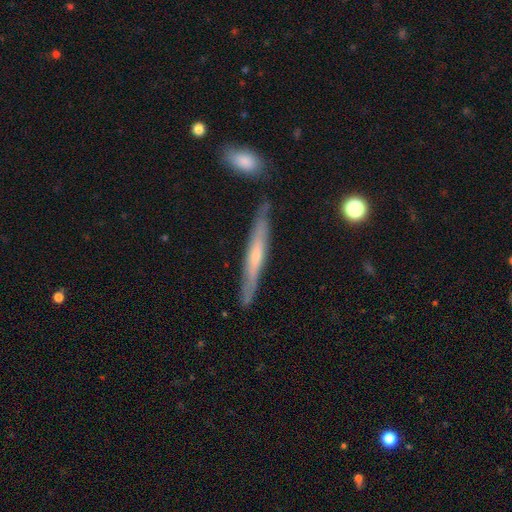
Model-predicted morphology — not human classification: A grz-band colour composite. It shows a featured or disk galaxy (59%) viewed edge-on (93%) with no central bulge (48%). Merging: none (84%).